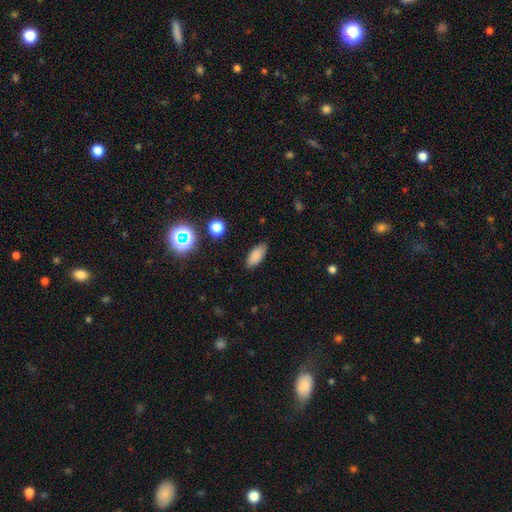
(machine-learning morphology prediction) Smooth or featured? Predicted: smooth (p=0.85). How rounded? Predicted: in between (p=0.85). Merging? Predicted: none (p=0.87).